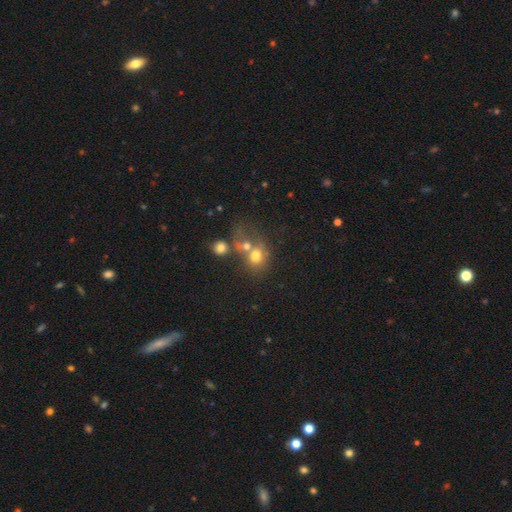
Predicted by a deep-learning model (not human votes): Overall: smooth (71%). How rounded: round (67%; in between 32%). Merging: merger (46%; none 35%).